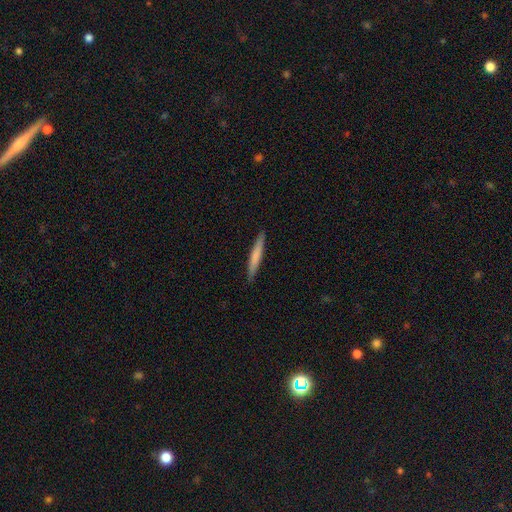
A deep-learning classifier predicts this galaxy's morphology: Smooth or featured? smooth (70%)
How rounded? cigar-shaped (96%)
Merging? none (91%)